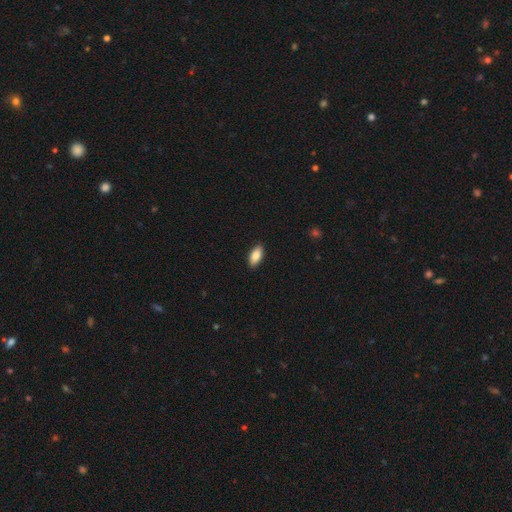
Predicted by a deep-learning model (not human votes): Overall: smooth (85%). How rounded: in between (89%). Merging: none (90%).